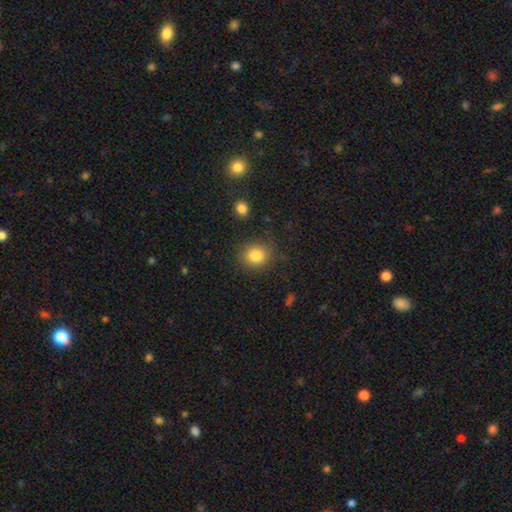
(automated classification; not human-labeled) Q: Smooth or featured?
A: smooth (84%); runner-up: star or artifact (10%)
Q: How rounded?
A: round (79%); runner-up: in between (20%)
Q: Merging?
A: none (83%); runner-up: minor disturbance (11%)